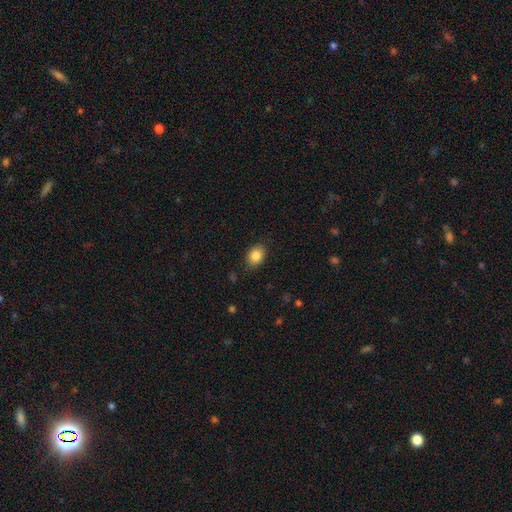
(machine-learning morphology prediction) This is clearly a smooth galaxy (85%). How rounded: likely in between (64%). Merging: clearly none (85%).